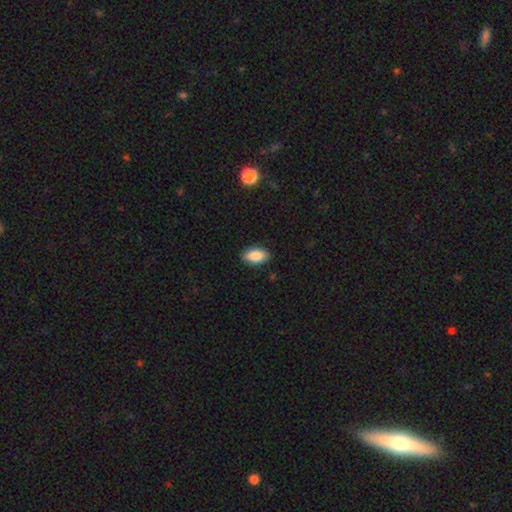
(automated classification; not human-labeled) This is clearly a smooth galaxy (87%). How rounded: clearly in between (93%). Merging: clearly none (88%).